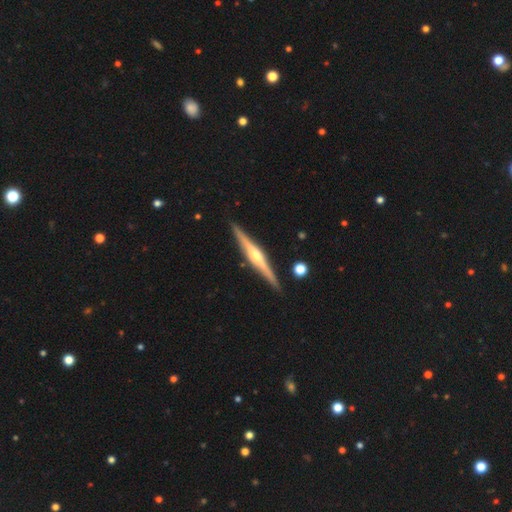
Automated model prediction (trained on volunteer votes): featured or disk 80%, smooth 15%, star or artifact 5%. Down the decision tree: edge-on disk — yes (98%); edge-on bulge — rounded (90%); merging — none (91%).